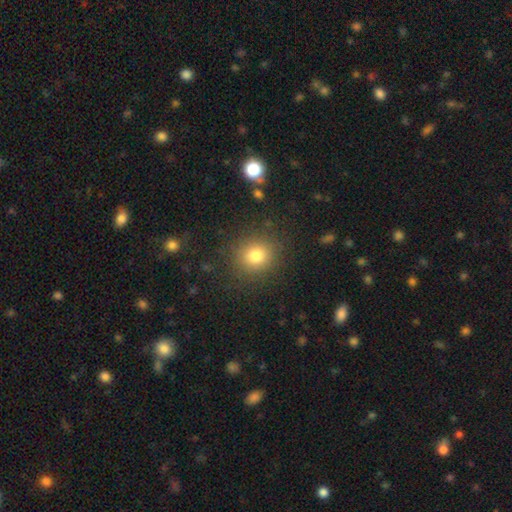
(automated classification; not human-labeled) Smooth or featured?
  - smooth: 79% *
  - star or artifact: 14%
  - featured or disk: 8%
How rounded?
  - round: 83% *
  - in between: 16%
  - cigar-shaped: 1%
Merging?
  - none: 87% *
  - minor disturbance: 8%
  - major disturbance: 4%
  - merger: 1%